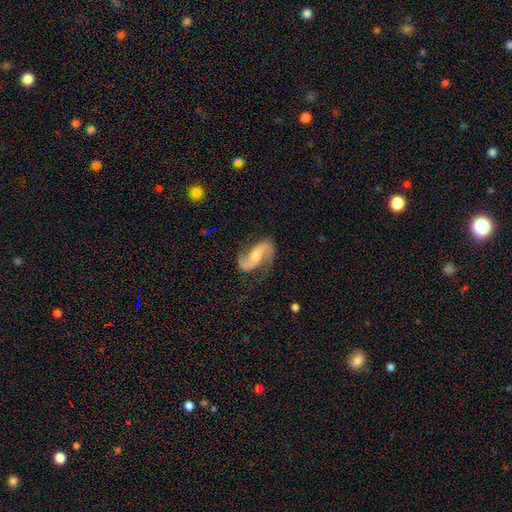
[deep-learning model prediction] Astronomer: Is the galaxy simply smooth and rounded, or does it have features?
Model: featured or disk — 88%.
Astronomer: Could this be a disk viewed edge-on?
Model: no — 97%.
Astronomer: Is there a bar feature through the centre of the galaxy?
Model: no — 41% (runner-up: weak, 39%).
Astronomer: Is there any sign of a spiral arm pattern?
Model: yes — 97%.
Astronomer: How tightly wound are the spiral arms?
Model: loose — 49% (runner-up: medium, 41%).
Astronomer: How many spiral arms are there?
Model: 2 — 92%.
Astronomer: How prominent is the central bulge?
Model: moderate — 44% (runner-up: small, 39%).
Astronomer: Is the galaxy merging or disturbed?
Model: none — 70%.